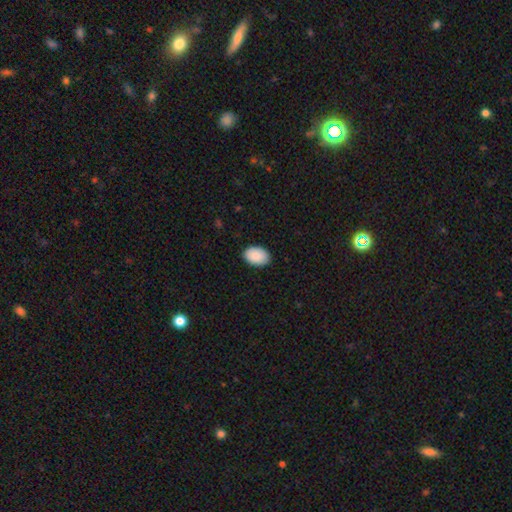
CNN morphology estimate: Q: Smooth or featured?
A: smooth (90%); runner-up: star or artifact (6%)
Q: How rounded?
A: in between (86%); runner-up: round (13%)
Q: Merging?
A: none (88%); runner-up: minor disturbance (10%)